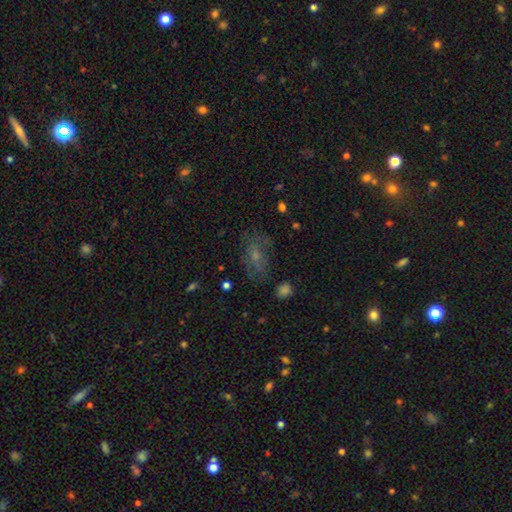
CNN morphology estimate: Smooth or featured? smooth (43%)
Merging? none (67%)